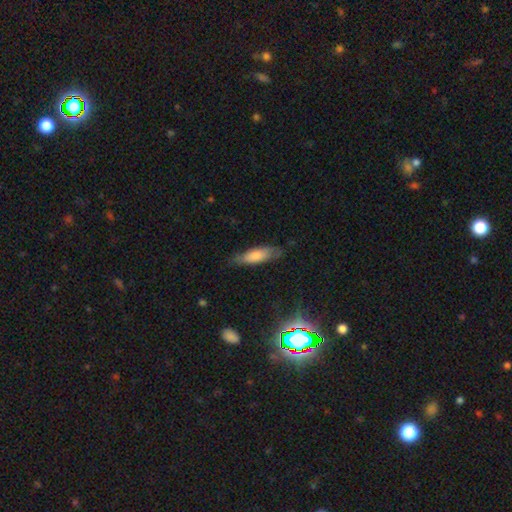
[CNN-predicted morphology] This appears to be a smooth galaxy with no disk features (74%) that is cigar-shaped (49%, tied with in between). Merging: none (72%).